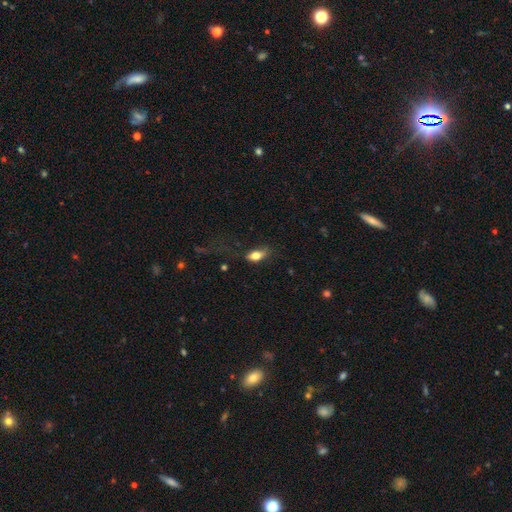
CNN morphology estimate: Smooth or featured? smooth (77%)
How rounded? in between (86%)
Merging? none (51%)